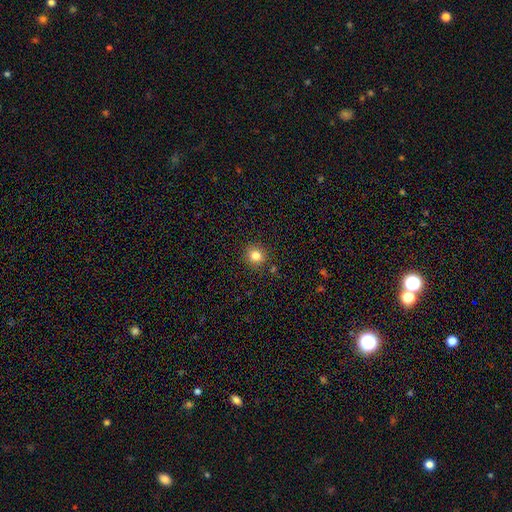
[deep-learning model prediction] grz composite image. It shows a smooth galaxy with no disk features (82%) that is round (90%). Merging: none (89%).